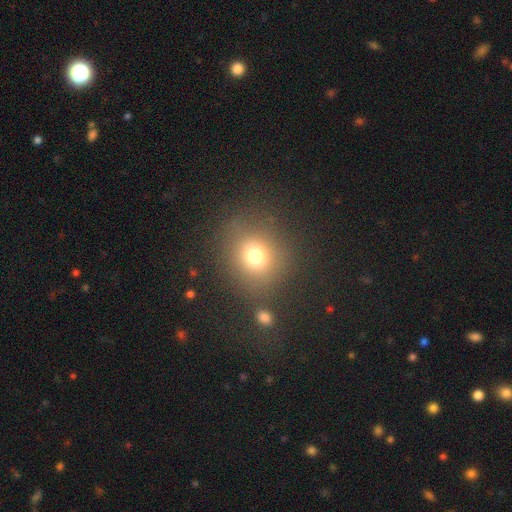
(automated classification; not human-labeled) smooth_or_featured: smooth (p=0.74) [alt: star or artifact p=0.17]
how_rounded: round (p=0.81) [alt: in between p=0.18]
merging: none (p=0.79) [alt: minor disturbance p=0.10]